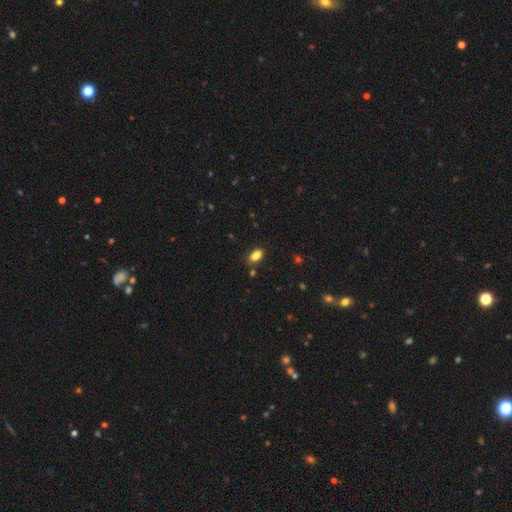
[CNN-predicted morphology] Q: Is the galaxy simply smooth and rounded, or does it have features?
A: smooth — 82%.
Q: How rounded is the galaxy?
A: in between — 87%.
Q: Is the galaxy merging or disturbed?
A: none — 75%.